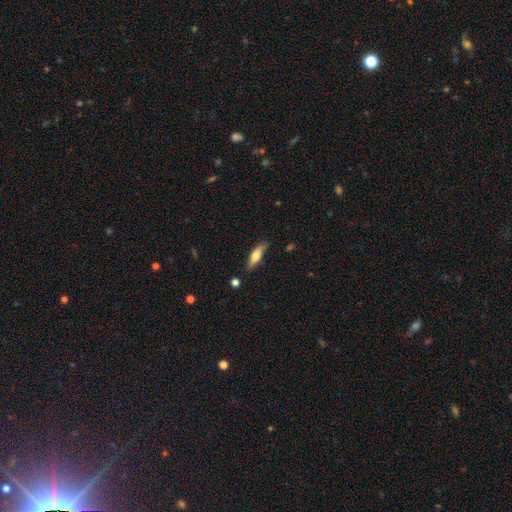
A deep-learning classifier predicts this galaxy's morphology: Q: Smooth or featured?
A: smooth (62%); runner-up: featured or disk (32%)
Q: How rounded?
A: cigar-shaped (51%); runner-up: in between (46%)
Q: Merging?
A: none (81%); runner-up: minor disturbance (14%)